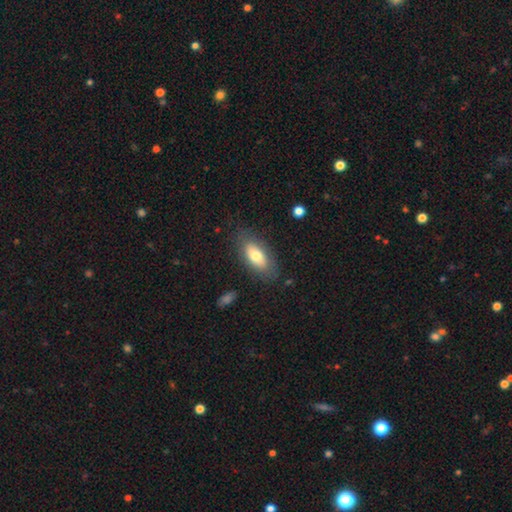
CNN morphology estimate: type=smooth (70%); roundness=in between (86%); merging=none (80%).